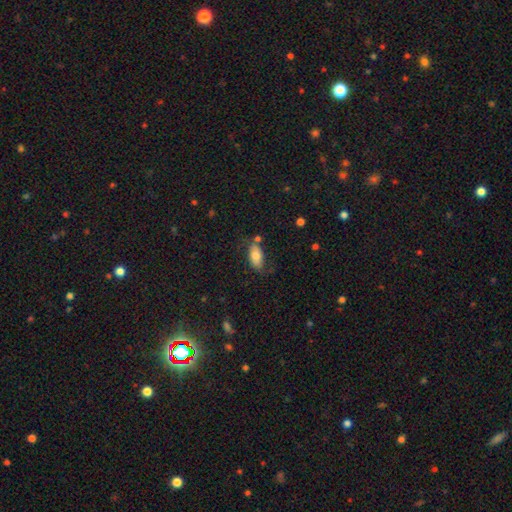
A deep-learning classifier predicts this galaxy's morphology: A smooth galaxy with no disk features (73%) that is in between round and cigar-shaped (90%). Merging: none (65%).